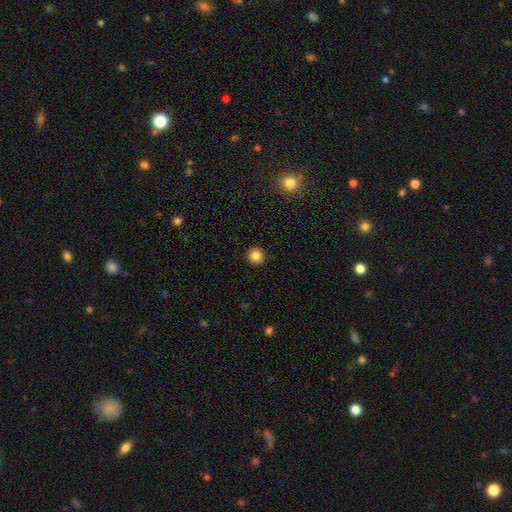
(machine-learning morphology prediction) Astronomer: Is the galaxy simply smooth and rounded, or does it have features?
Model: smooth — 84%.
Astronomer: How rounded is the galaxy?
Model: round — 95%.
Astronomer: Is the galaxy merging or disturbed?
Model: none — 93%.